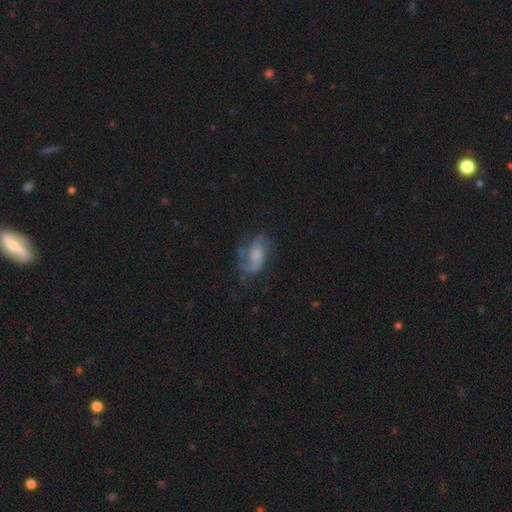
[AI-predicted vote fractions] Smooth or featured? Predicted: featured or disk (p=0.68). Edge-on disk? Predicted: no (p=0.96). Bar? Predicted: no (p=0.63). Spiral arms? Predicted: yes (p=0.88). Spiral winding? Predicted: medium (p=0.44). Spiral arm count? Predicted: 2 (p=0.59). Bulge size? Predicted: moderate (p=0.31). Merging? Predicted: none (p=0.52).